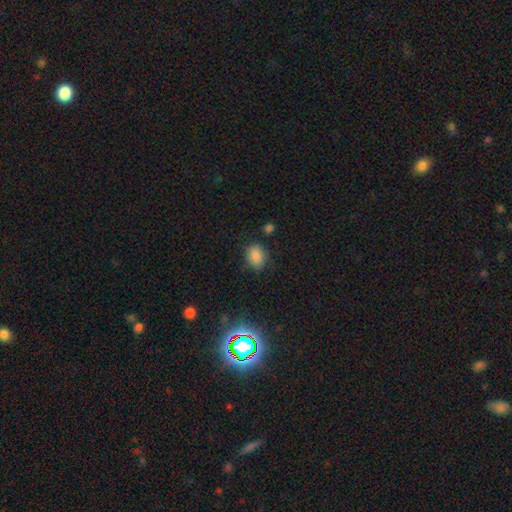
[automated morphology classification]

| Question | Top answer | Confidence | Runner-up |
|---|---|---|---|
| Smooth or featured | smooth | 84% | star or artifact (10%) |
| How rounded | in between | 51% | round (48%) |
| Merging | none | 74% | minor disturbance (19%) |